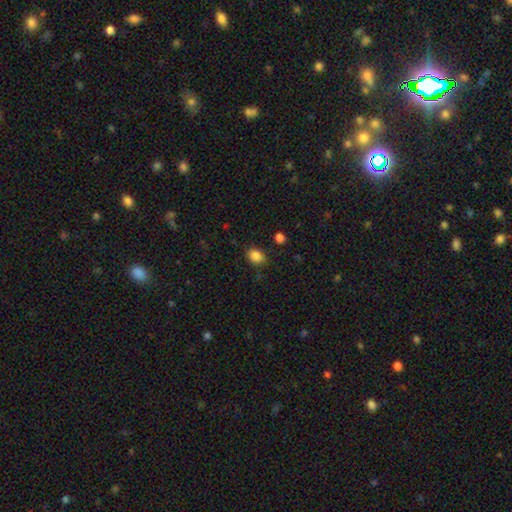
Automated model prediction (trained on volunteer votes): Q: Smooth or featured?
A: smooth (86%); runner-up: star or artifact (10%)
Q: How rounded?
A: in between (54%); runner-up: round (45%)
Q: Merging?
A: none (83%); runner-up: minor disturbance (12%)